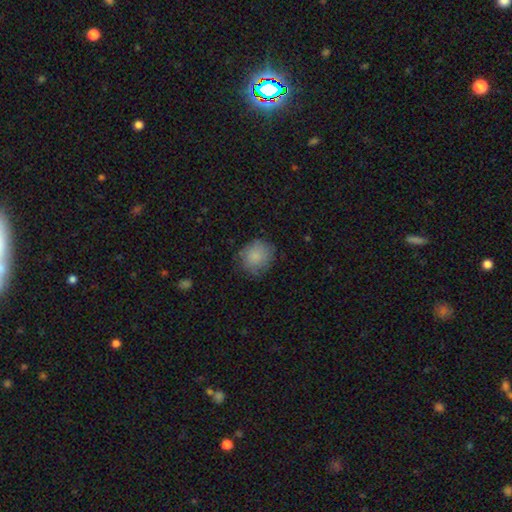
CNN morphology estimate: Smooth or featured? Predicted: smooth (p=0.83). How rounded? Predicted: round (p=0.80). Merging? Predicted: none (p=0.71).